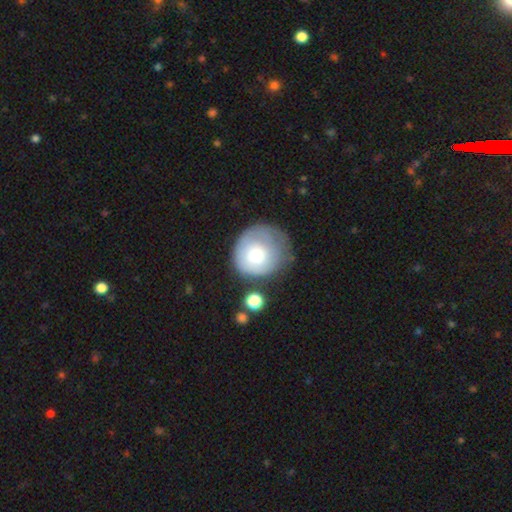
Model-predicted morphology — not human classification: Smooth or featured: smooth — 68% (featured or disk — 25%)
How rounded: round — 84% (in between — 16%)
Merging: none — 46% (minor disturbance — 31%)